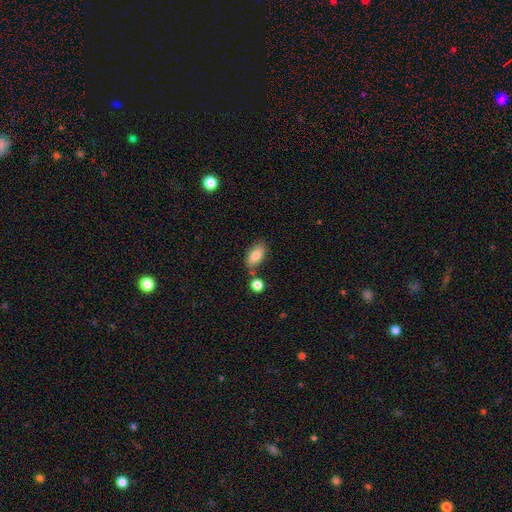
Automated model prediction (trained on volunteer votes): Q: Smooth or featured?
A: smooth (80%); runner-up: featured or disk (12%)
Q: How rounded?
A: in between (88%); runner-up: cigar-shaped (7%)
Q: Merging?
A: none (70%); runner-up: minor disturbance (16%)